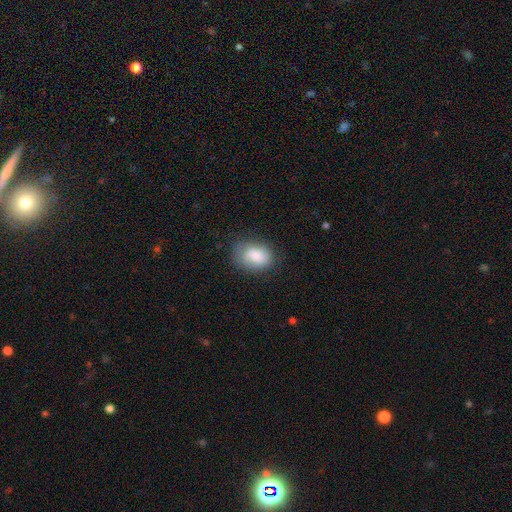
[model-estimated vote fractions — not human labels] smooth_or_featured: smooth (p=0.81) [alt: featured or disk p=0.12]
how_rounded: in between (p=0.75) [alt: round p=0.24]
merging: none (p=0.67) [alt: minor disturbance p=0.23]